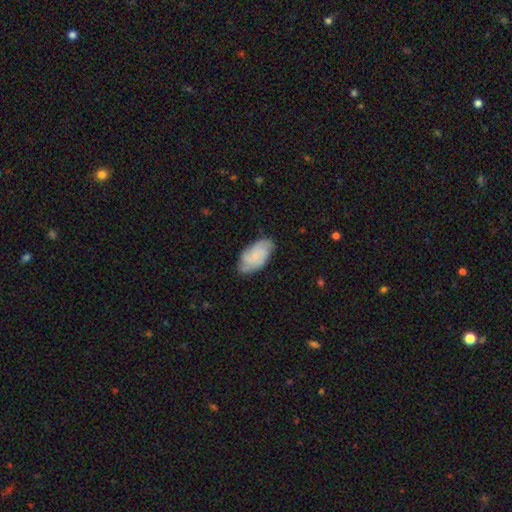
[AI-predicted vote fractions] The model was most divided on "smooth or featured": featured or disk: 55%, smooth: 38%, star or artifact: 7%. More confident: edge-on disk — no (96%); spiral arms — yes (91%); bar — no (73%); merging — none (73%); bulge size — small (54%).